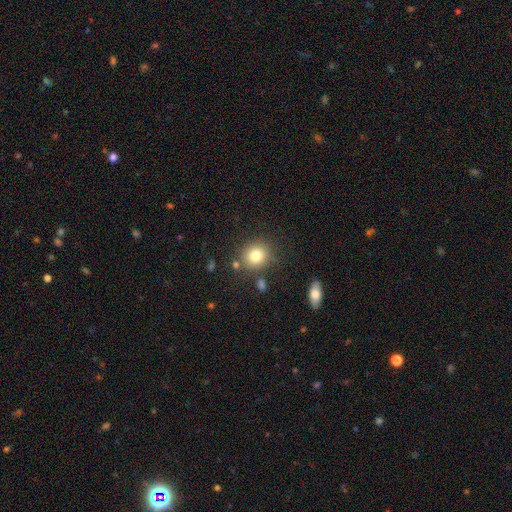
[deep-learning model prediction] A smooth galaxy with no disk features (79%) that is round (82%). Merging: none (81%).